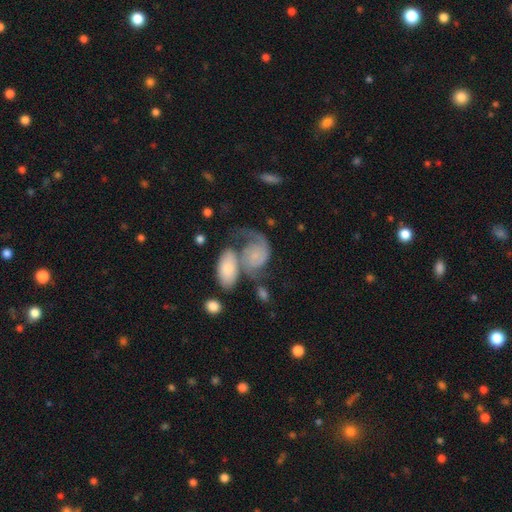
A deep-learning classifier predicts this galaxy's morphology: This appears to be a featured or disk galaxy (67%) with no bar (74%), 2 (58%) loose (41%) spiral arms (90%) and a small central bulge (54%). Merging: merger (42%).